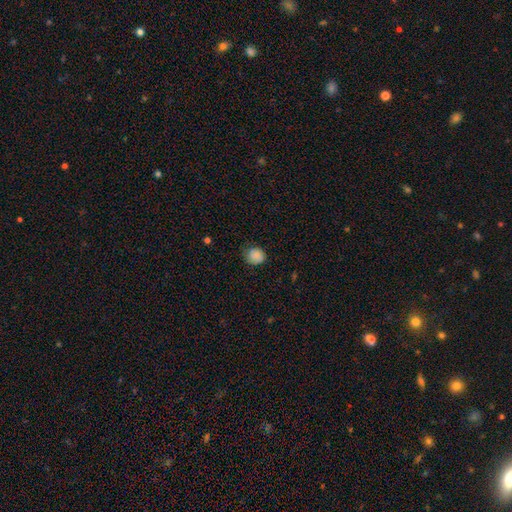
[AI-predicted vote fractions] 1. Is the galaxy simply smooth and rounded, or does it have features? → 85% smooth, 9% star or artifact, 6% featured or disk.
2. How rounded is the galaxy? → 77% round, 22% in between, 1% cigar-shaped.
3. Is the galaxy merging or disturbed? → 70% none, 24% minor disturbance, 5% major disturbance, 1% merger.